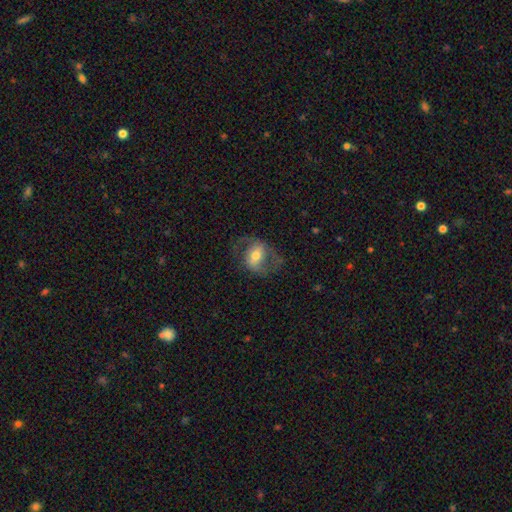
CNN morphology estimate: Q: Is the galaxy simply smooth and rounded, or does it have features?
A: featured or disk — 58%.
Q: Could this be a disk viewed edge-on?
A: no — 94%.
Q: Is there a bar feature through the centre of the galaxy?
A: weak — 38%.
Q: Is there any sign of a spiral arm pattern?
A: yes — 70%.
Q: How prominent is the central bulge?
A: moderate — 62%.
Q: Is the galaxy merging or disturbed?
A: none — 61%.